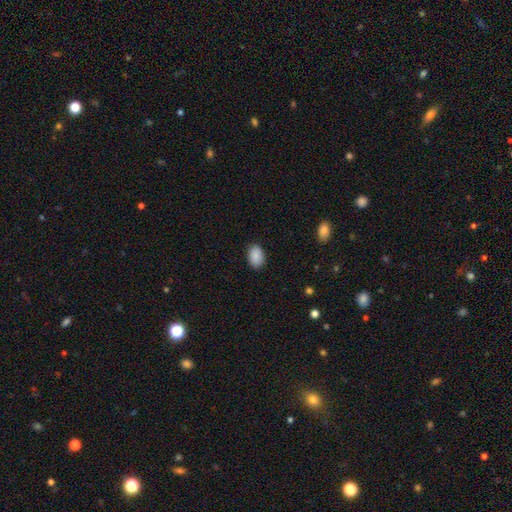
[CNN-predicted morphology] This appears to be a smooth galaxy with no disk features (88%) that is in between round and cigar-shaped (88%). Merging: none (87%).